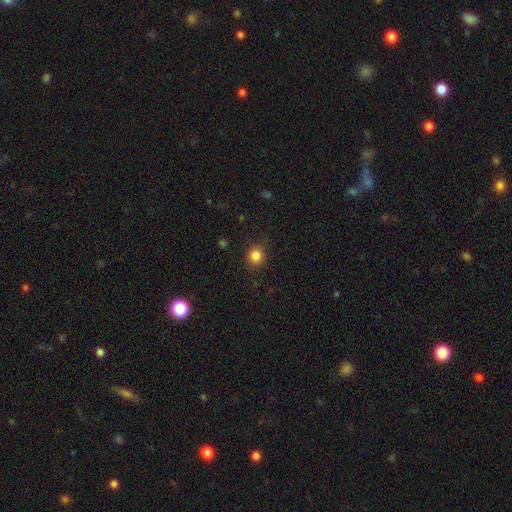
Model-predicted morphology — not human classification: smooth 84%, star or artifact 12%, featured or disk 4%. Down the decision tree: how rounded — round (86%); merging — none (87%).